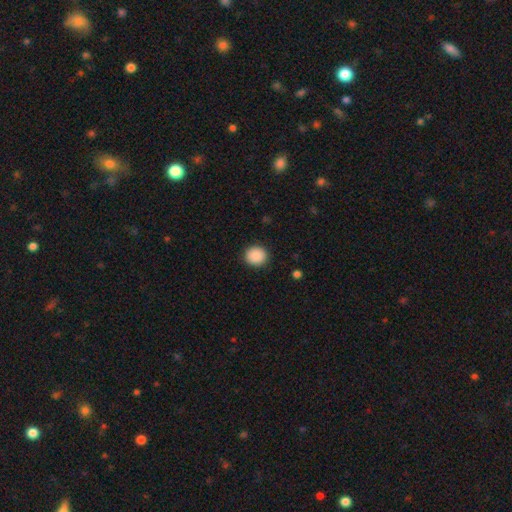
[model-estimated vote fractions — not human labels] smooth-or-featured: smooth: 90% | star or artifact: 8% | featured or disk: 2%
  how-rounded: round: 87% | in between: 13% | cigar-shaped: 1%
  merging: none: 91% | minor disturbance: 6% | major disturbance: 2% | merger: 1%